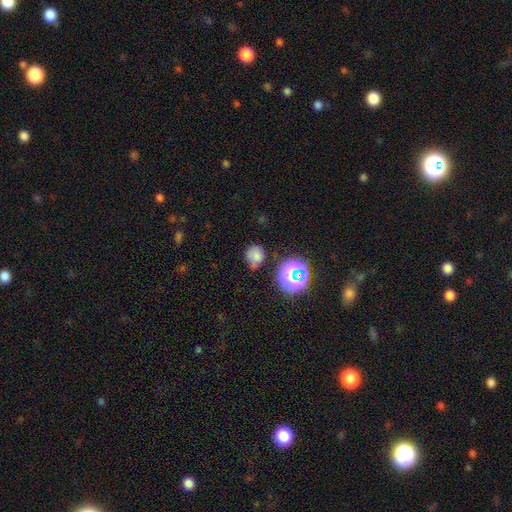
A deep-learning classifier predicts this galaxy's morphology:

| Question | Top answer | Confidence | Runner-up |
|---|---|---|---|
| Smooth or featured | smooth | 68% | star or artifact (22%) |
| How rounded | round | 67% | in between (32%) |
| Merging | none | 56% | minor disturbance (27%) |